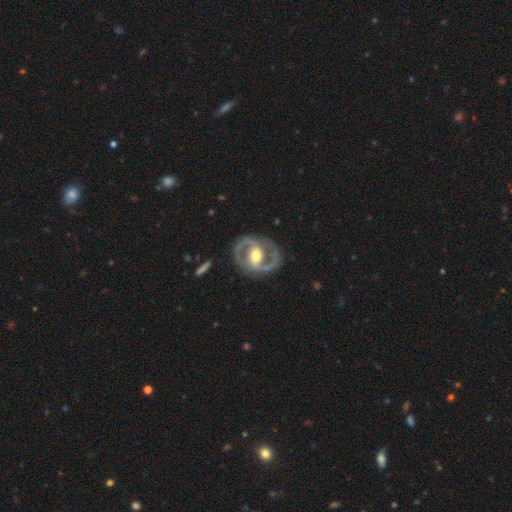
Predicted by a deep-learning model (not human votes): A featured or disk galaxy (89%) with a strong bar (39%), 2 (93%) medium (59%) spiral arms (94%) and a moderate central bulge (73%).

Vote fractions:
- Smooth or featured? featured or disk: 89% / smooth: 7% / star or artifact: 4%
- Edge-on disk? no: 97% / yes: 3%
- Bar? strong: 39% / weak: 38% / no: 23%
- Spiral arms? yes: 94% / no: 6%
- Spiral winding? medium: 59% / tight: 27% / loose: 14%
- Spiral arm count? 2: 93% / can't tell: 2% / 1: 2% / 3: 1% / 4: 1% / more than 4: 1%
- Bulge size? moderate: 73% / small: 14% / large: 11% / dominant: 1% / none: 1%
- Merging? none: 83% / minor disturbance: 11% / major disturbance: 4% / merger: 1%